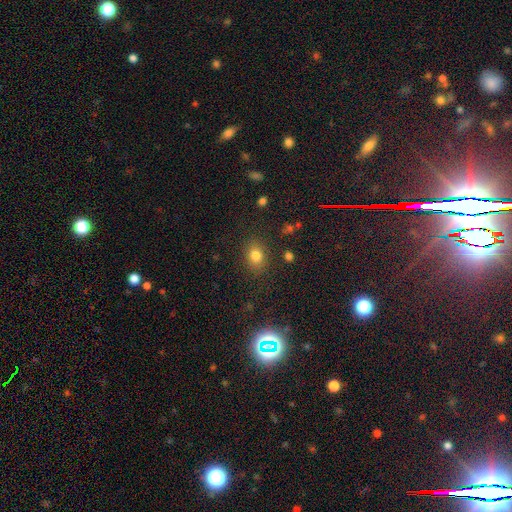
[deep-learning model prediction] smooth_or_featured: smooth (p=0.79) [alt: star or artifact p=0.13]
how_rounded: in between (p=0.57) [alt: round p=0.42]
merging: none (p=0.84) [alt: minor disturbance p=0.10]